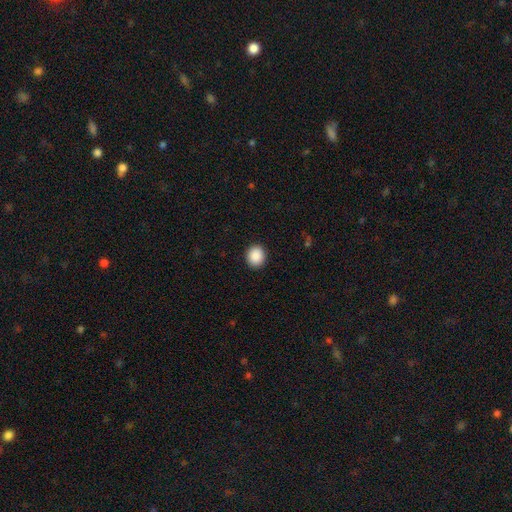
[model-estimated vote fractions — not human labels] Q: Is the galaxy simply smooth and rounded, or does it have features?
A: smooth — 90%.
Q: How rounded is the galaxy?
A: round — 78%.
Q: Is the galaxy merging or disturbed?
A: none — 92%.